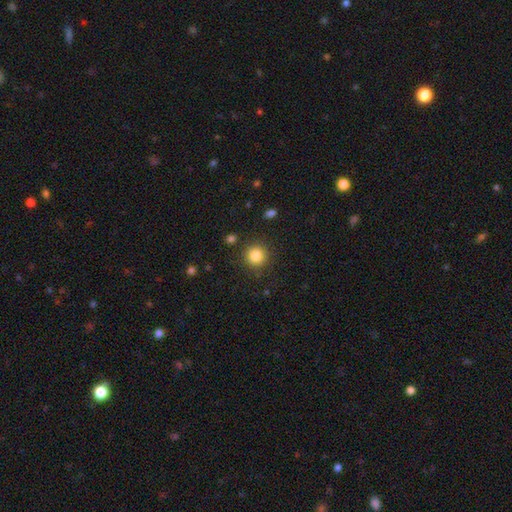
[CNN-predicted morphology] Q: Smooth or featured?
A: smooth (84%); runner-up: star or artifact (11%)
Q: How rounded?
A: round (93%); runner-up: in between (6%)
Q: Merging?
A: none (88%); runner-up: minor disturbance (7%)